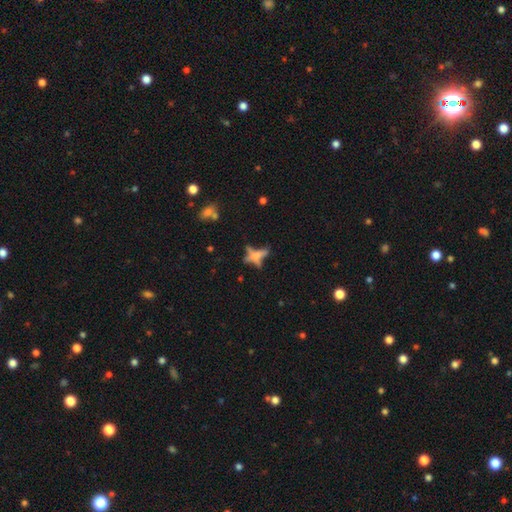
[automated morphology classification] smooth-or-featured: featured or disk: 43% | smooth: 39% | star or artifact: 18%
  merging: none: 45% | merger: 20% | major disturbance: 19% | minor disturbance: 16%